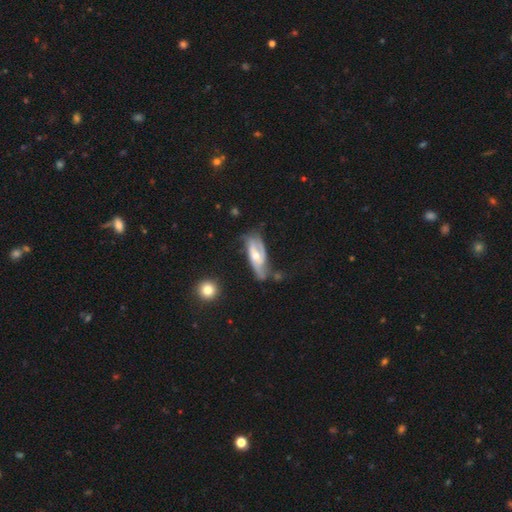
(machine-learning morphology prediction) Smooth or featured: featured or disk — 70% (smooth — 24%)
Edge-on disk: no — 83% (yes — 17%)
Bar: no — 50% (weak — 35%)
Spiral arms: yes — 81% (no — 19%)
Bulge size: moderate — 58% (small — 35%)
Merging: none — 41% (minor disturbance — 32%)